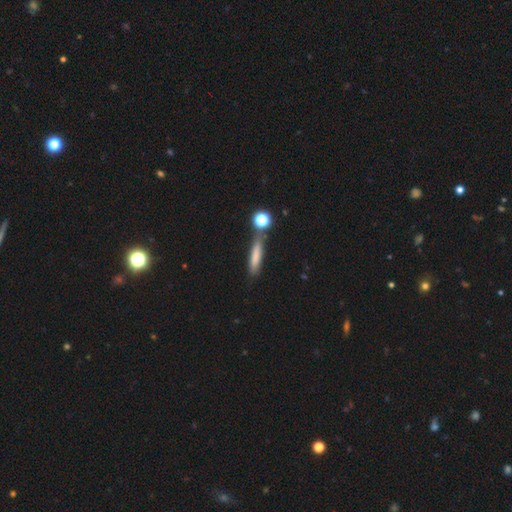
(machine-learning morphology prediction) A smooth galaxy with no disk features (74%) that is cigar-shaped (83%). Merging: none (66%).